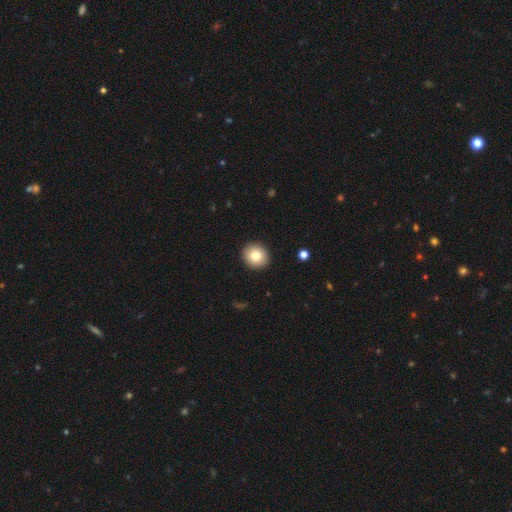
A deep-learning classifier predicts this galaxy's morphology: The model was most divided on "smooth or featured": smooth: 79%, featured or disk: 11%, star or artifact: 9%. More confident: merging — none (92%); how rounded — round (86%).